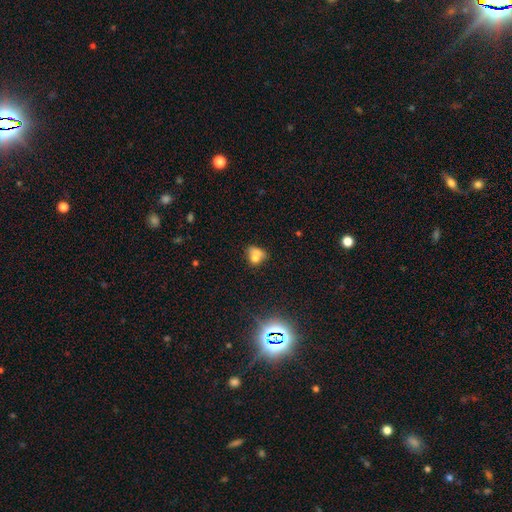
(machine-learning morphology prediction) Overall: smooth (65%). How rounded: in between (49%, tied with round). Merging: merger (56%; none 27%).